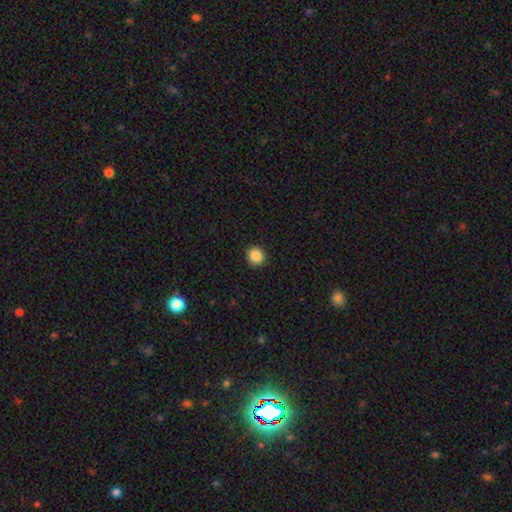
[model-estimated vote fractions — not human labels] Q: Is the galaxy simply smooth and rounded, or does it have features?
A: smooth — 88%.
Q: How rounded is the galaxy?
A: round — 90%.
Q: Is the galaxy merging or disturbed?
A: none — 92%.